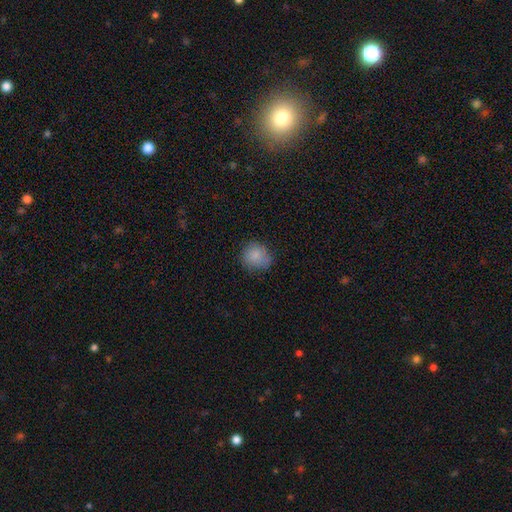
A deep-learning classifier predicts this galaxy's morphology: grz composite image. It shows a smooth galaxy with no disk features (84%) that is round (83%). Merging: none (72%).